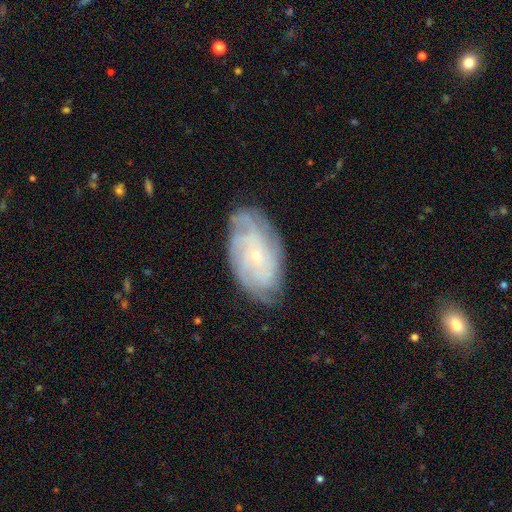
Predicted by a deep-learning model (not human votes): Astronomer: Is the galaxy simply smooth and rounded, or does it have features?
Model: featured or disk — 79%.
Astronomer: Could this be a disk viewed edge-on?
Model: no — 95%.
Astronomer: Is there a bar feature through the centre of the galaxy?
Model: no — 77%.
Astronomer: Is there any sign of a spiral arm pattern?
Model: yes — 94%.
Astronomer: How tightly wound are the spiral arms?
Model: tight — 70%.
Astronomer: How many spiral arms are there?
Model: can't tell — 37% (runner-up: 4, 22%).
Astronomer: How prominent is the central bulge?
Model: small — 84%.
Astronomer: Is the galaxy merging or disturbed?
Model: none — 78%.